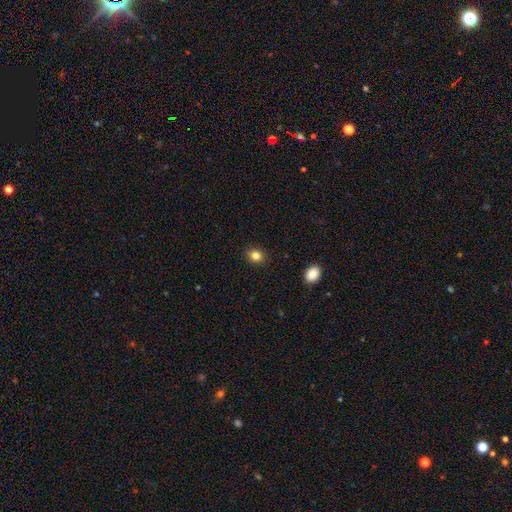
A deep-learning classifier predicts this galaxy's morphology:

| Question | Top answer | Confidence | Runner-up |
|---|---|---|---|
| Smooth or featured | smooth | 82% | star or artifact (12%) |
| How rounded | round | 66% | in between (33%) |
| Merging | none | 88% | minor disturbance (8%) |